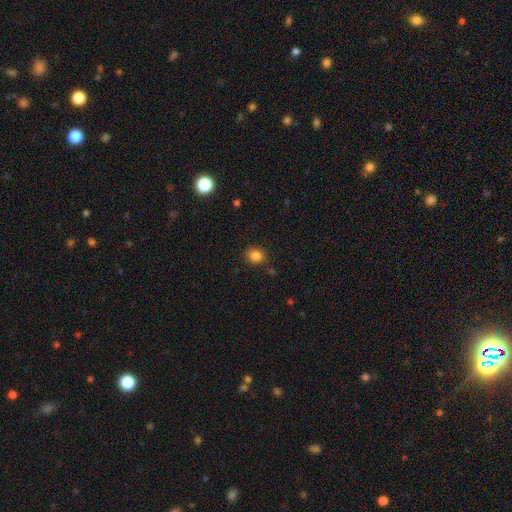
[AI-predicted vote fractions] This appears to be a smooth galaxy with no disk features (84%) that is round (66%). Merging: none (86%).